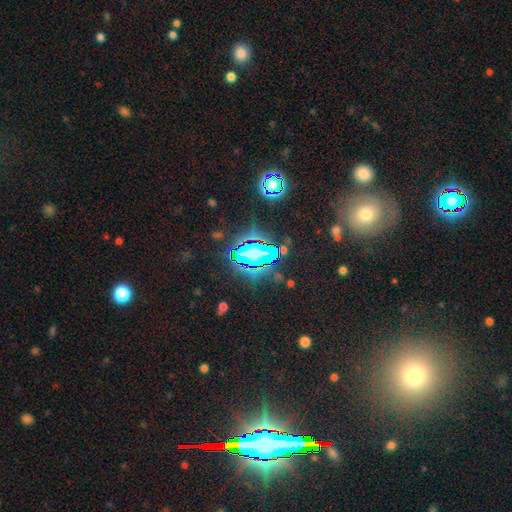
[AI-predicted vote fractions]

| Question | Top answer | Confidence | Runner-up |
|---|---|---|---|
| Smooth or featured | star or artifact | 63% | smooth (25%) |